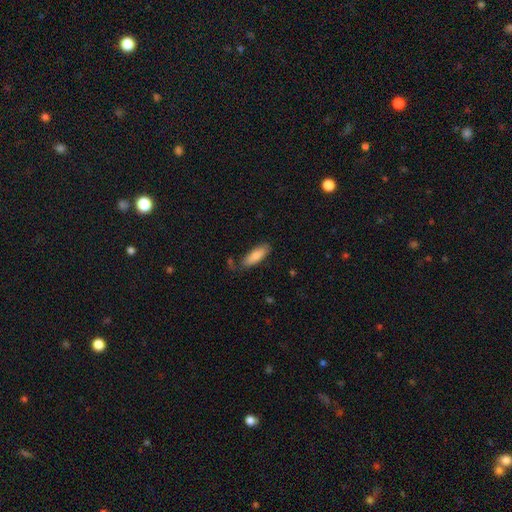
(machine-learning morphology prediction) A smooth galaxy with no disk features (81%) that is in between round and cigar-shaped (58%).

Vote fractions:
- Smooth or featured? smooth: 81% / featured or disk: 13% / star or artifact: 6%
- How rounded? in between: 58% / cigar-shaped: 40% / round: 2%
- Merging? none: 70% / minor disturbance: 20% / major disturbance: 5% / merger: 5%